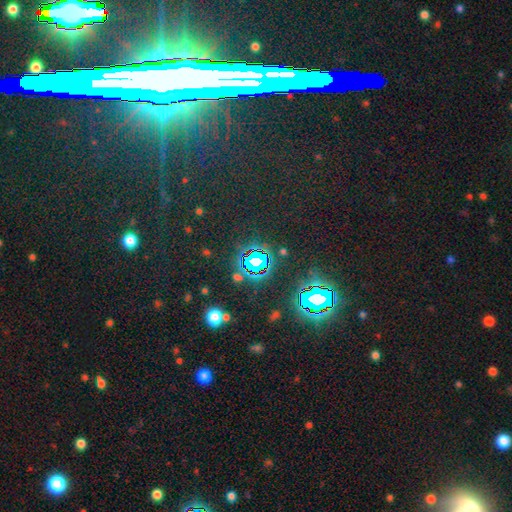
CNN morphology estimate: Q: Smooth or featured?
A: star or artifact (78%); runner-up: featured or disk (11%)